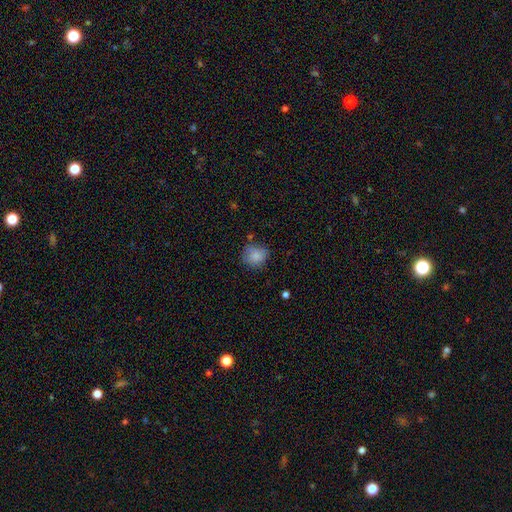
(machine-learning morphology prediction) Overall: smooth (83%). How rounded: round (77%). Merging: none (70%).